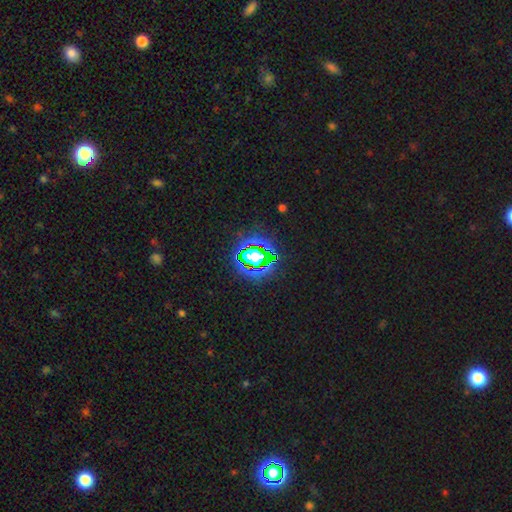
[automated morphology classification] A star or artifact, not a galaxy (68%).

Vote fractions:
- Smooth or featured? star or artifact: 68% / smooth: 20% / featured or disk: 12%